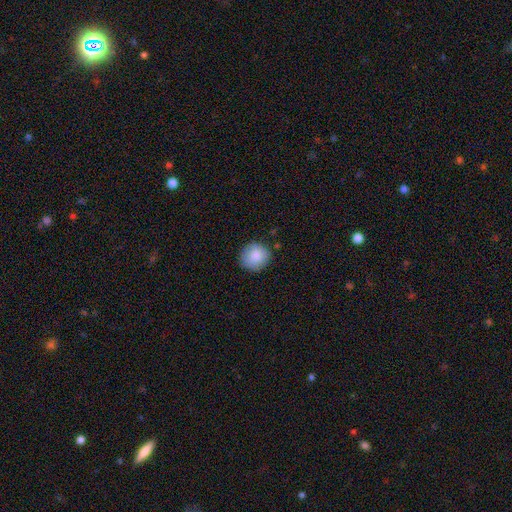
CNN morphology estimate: This is clearly a smooth galaxy (86%). How rounded: clearly round (89%). Merging: clearly none (84%).